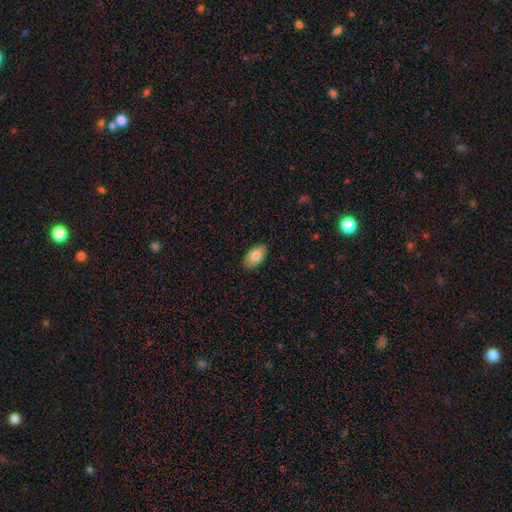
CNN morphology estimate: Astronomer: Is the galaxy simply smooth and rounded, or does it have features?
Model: smooth — 79%.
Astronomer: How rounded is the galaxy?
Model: in between — 94%.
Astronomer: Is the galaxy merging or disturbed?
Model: none — 89%.